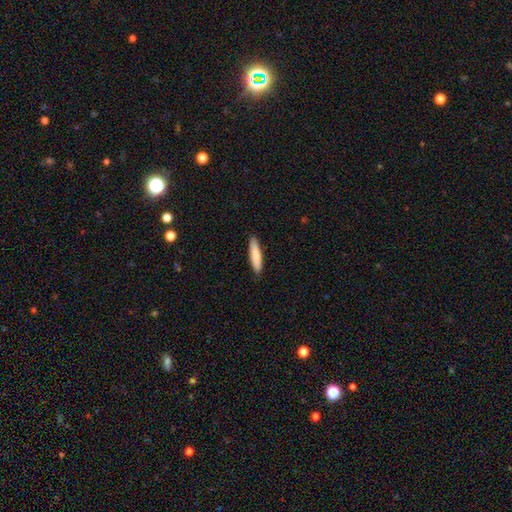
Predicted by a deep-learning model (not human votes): smooth_or_featured: smooth (p=0.84) [alt: featured or disk p=0.10]
how_rounded: cigar-shaped (p=0.83) [alt: in between p=0.15]
merging: none (p=0.90) [alt: minor disturbance p=0.08]